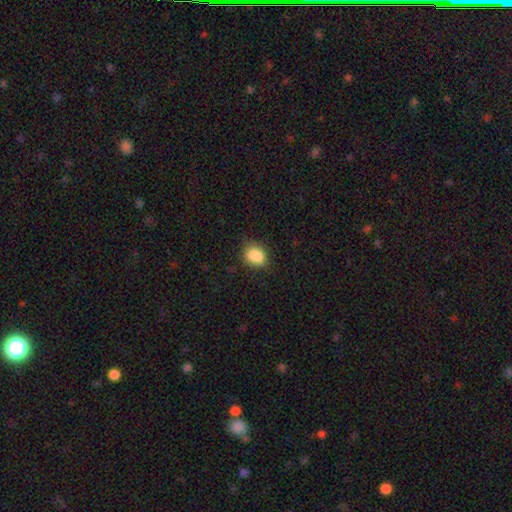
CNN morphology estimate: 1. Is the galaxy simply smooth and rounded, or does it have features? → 86% smooth, 9% star or artifact, 5% featured or disk.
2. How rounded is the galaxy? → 61% in between, 38% round, 1% cigar-shaped.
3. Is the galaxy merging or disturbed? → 65% none, 26% minor disturbance, 6% major disturbance, 3% merger.